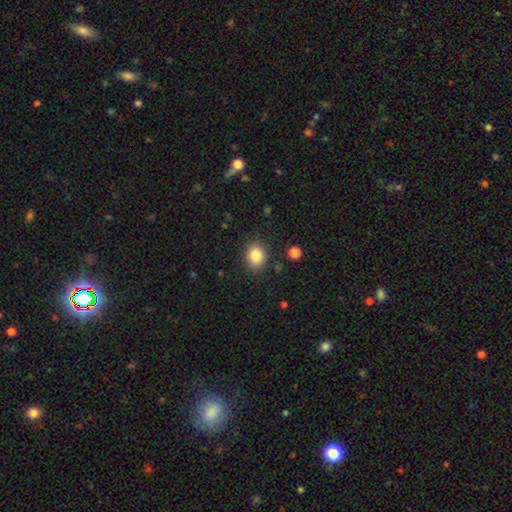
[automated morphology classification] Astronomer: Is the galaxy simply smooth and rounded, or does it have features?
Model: smooth — 85%.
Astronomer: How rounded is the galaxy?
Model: round — 61% (runner-up: in between, 39%).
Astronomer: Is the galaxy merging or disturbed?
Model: none — 85%.